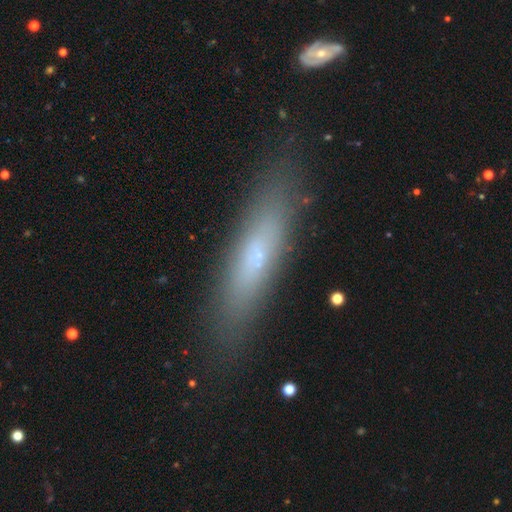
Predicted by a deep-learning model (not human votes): Morphology: type=smooth (61%); roundness=cigar-shaped (75%); merging=none (85%).